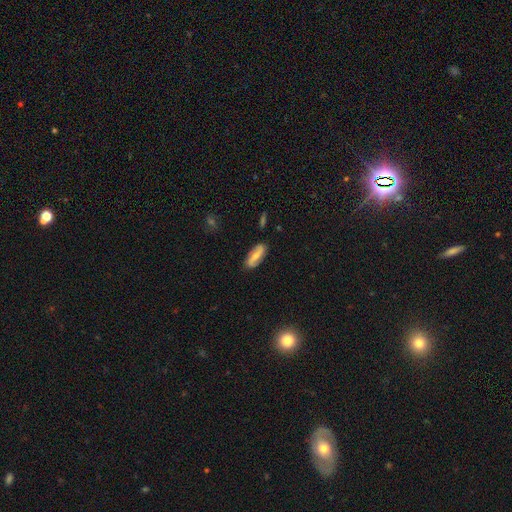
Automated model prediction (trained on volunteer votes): A featured or disk galaxy (48%). Merging: none (85%).